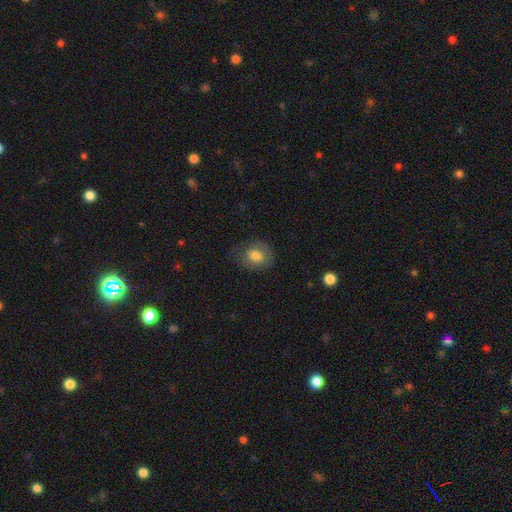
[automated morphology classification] Smooth or featured?
  - smooth: 77% *
  - featured or disk: 14%
  - star or artifact: 9%
How rounded?
  - round: 53% *
  - in between: 46%
  - cigar-shaped: 1%
Merging?
  - none: 70% *
  - minor disturbance: 21%
  - major disturbance: 9%
  - merger: 1%